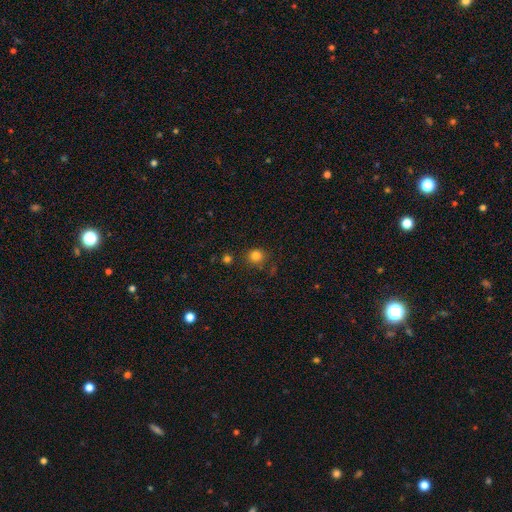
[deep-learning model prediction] smooth 82%, star or artifact 13%, featured or disk 5%. Down the decision tree: how rounded — round (87%); merging — none (82%).